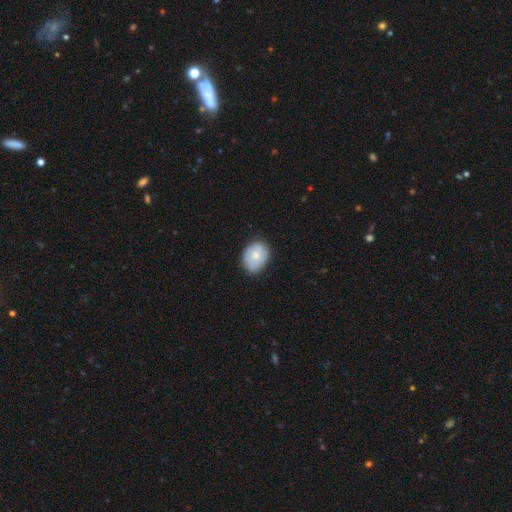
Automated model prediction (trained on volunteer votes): Smooth or featured? smooth (75%)
How rounded? in between (61%)
Merging? none (78%)